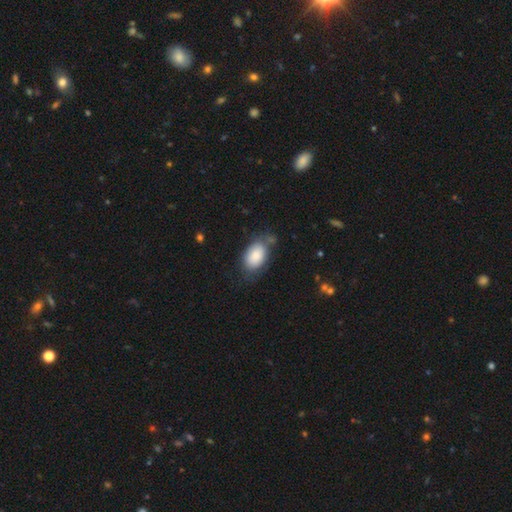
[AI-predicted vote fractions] smooth_or_featured: smooth (p=0.84) [alt: featured or disk p=0.10]
how_rounded: in between (p=0.91) [alt: round p=0.07]
merging: none (p=0.59) [alt: minor disturbance p=0.27]